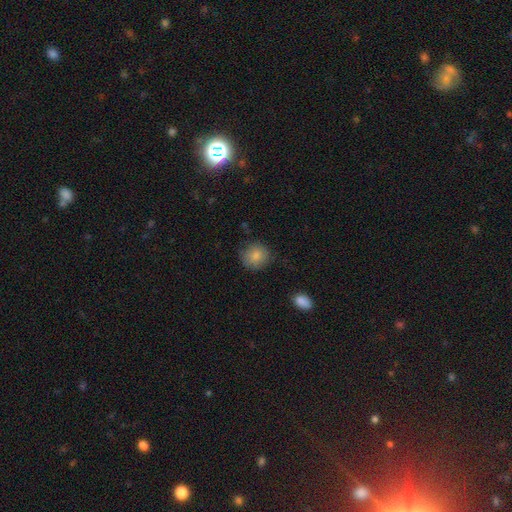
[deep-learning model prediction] A smooth galaxy with no disk features (85%) that is round (85%). Merging: none (80%).